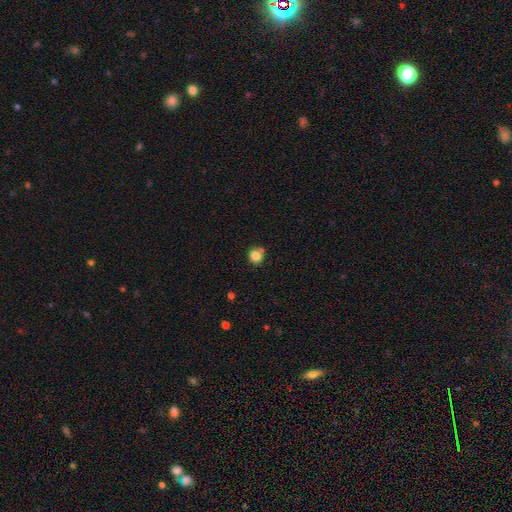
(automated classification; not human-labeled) A smooth galaxy with no disk features (83%) that is round (89%). Merging: none (72%).